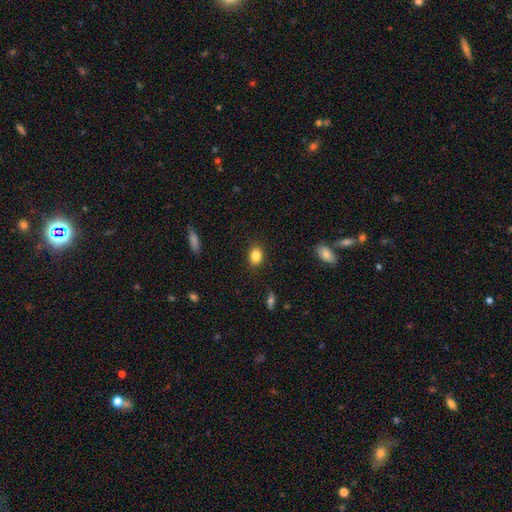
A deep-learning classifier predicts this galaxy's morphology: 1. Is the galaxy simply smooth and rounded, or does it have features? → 85% smooth, 9% star or artifact, 6% featured or disk.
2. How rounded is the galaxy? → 63% in between, 35% round, 1% cigar-shaped.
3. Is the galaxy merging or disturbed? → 87% none, 10% minor disturbance, 3% major disturbance, 1% merger.